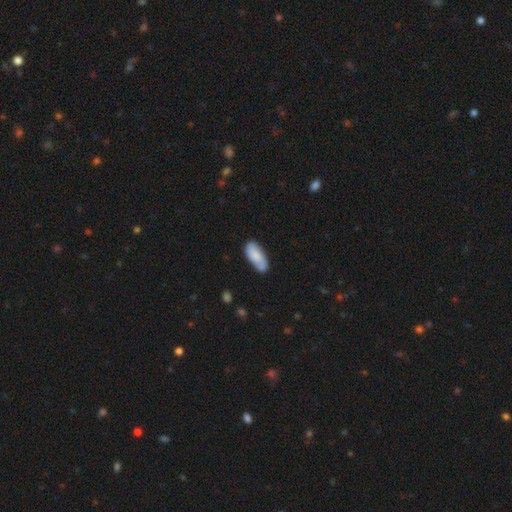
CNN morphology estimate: Smooth or featured?
  - smooth: 79% *
  - featured or disk: 15%
  - star or artifact: 6%
How rounded?
  - in between: 83% *
  - cigar-shaped: 16%
  - round: 2%
Merging?
  - none: 71% *
  - minor disturbance: 21%
  - major disturbance: 4%
  - merger: 4%